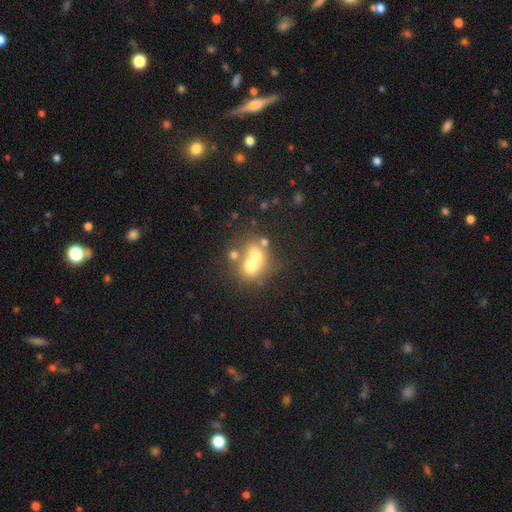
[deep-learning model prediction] A smooth galaxy with no disk features (59%) that is round (66%).

Vote fractions:
- Smooth or featured? smooth: 59% / featured or disk: 28% / star or artifact: 14%
- How rounded? round: 66% / in between: 32% / cigar-shaped: 1%
- Merging? merger: 63% / none: 26% / minor disturbance: 6% / major disturbance: 4%